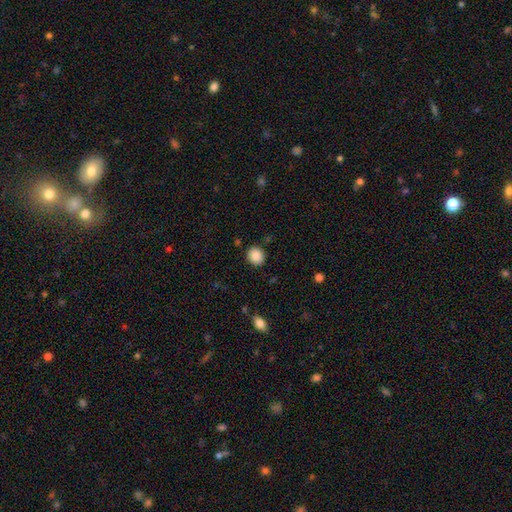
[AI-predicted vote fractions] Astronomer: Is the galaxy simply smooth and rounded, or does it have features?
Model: smooth — 88%.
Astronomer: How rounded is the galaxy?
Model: round — 80%.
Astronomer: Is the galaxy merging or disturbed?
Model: none — 88%.